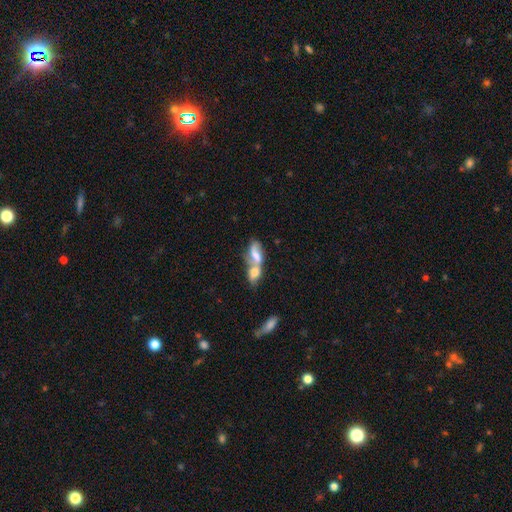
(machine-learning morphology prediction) This is possibly a smooth galaxy (50%). How rounded: likely in between (78%). Merging: likely merger (77%).